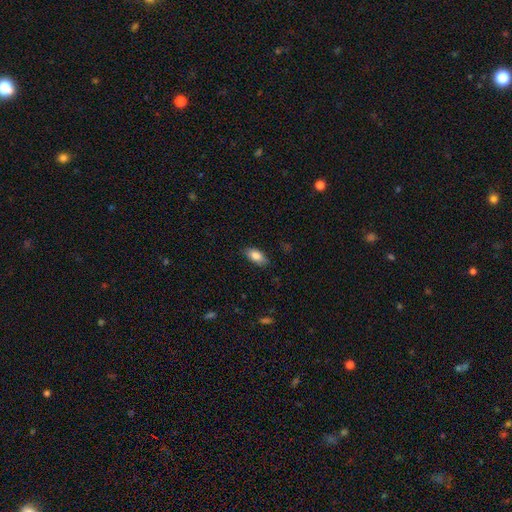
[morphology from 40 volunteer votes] This appears to be a smooth galaxy with no disk features (82%) that is in between round and cigar-shaped (94%). Merging: none (78%).